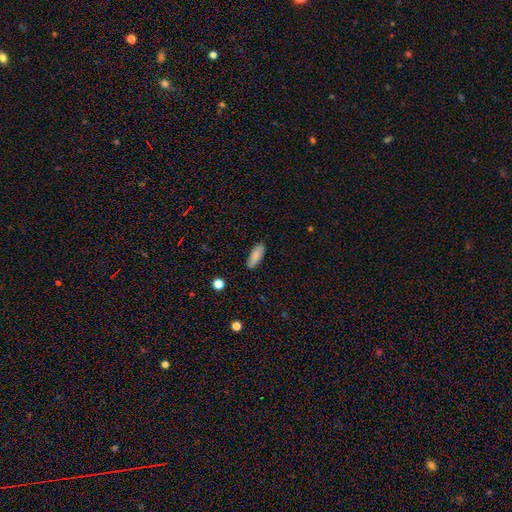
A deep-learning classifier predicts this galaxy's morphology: Smooth or featured: smooth — 85% (featured or disk — 8%)
How rounded: in between — 74% (cigar-shaped — 24%)
Merging: none — 86% (minor disturbance — 11%)